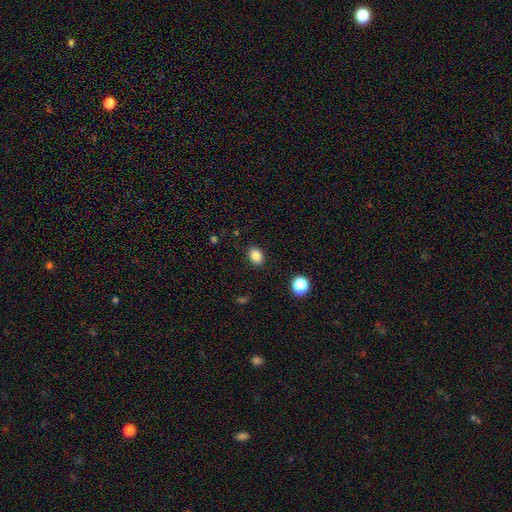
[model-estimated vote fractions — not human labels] Smooth or featured? Predicted: smooth (p=0.85). How rounded? Predicted: in between (p=0.71). Merging? Predicted: none (p=0.87).